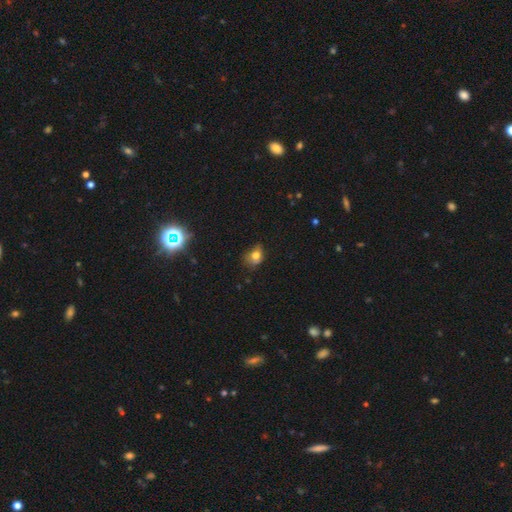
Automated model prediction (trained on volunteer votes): Smooth or featured? smooth (72%)
How rounded? in between (57%)
Merging? none (43%)